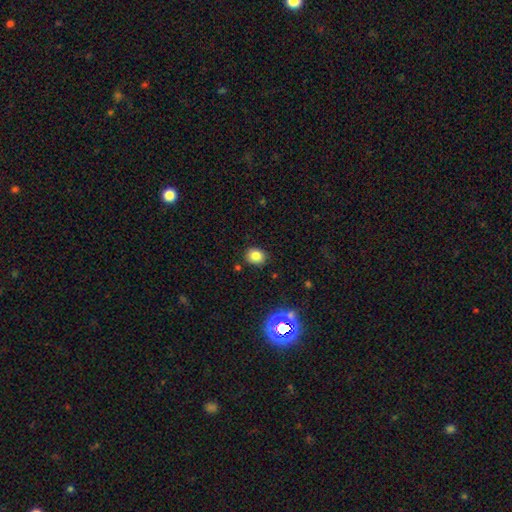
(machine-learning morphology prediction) Q: Smooth or featured?
A: smooth (80%); runner-up: star or artifact (14%)
Q: How rounded?
A: round (61%); runner-up: in between (38%)
Q: Merging?
A: none (86%); runner-up: minor disturbance (9%)